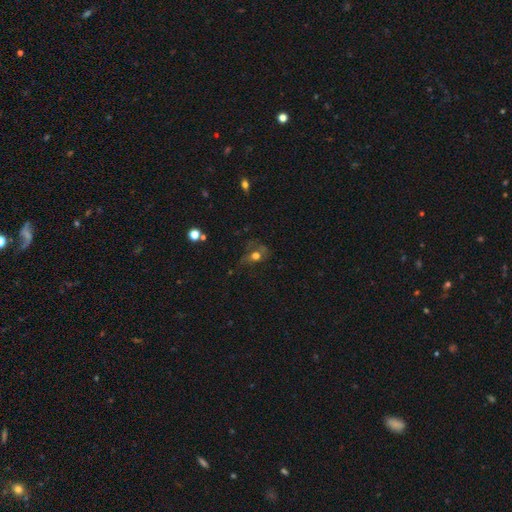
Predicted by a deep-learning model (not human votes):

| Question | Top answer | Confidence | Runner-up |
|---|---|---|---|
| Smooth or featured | smooth | 50% | featured or disk (28%) |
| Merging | none | 40% | major disturbance (31%) |